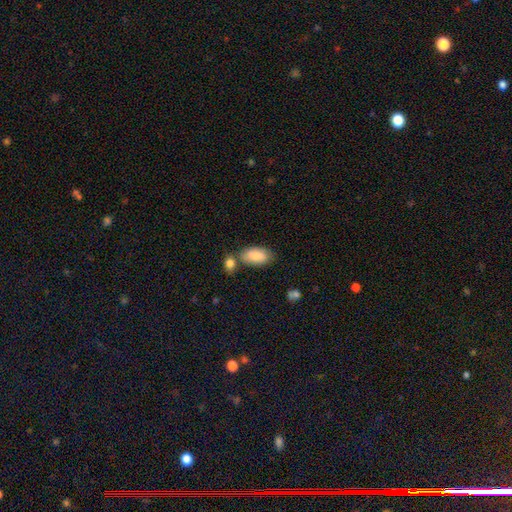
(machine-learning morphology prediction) A smooth galaxy with no disk features (85%) that is in between round and cigar-shaped (94%). Merging: none (61%).